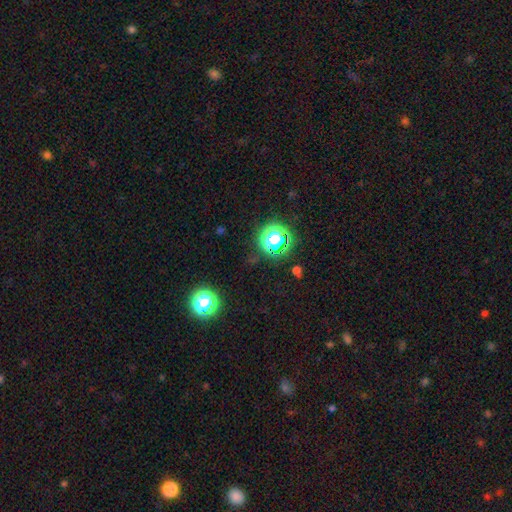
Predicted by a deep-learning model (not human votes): smooth-or-featured: star or artifact: 70% | smooth: 23% | featured or disk: 7%